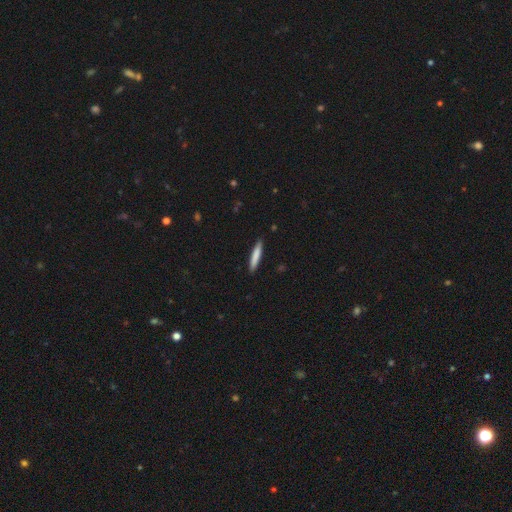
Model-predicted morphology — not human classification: type=smooth (78%); roundness=cigar-shaped (93%); merging=none (90%).